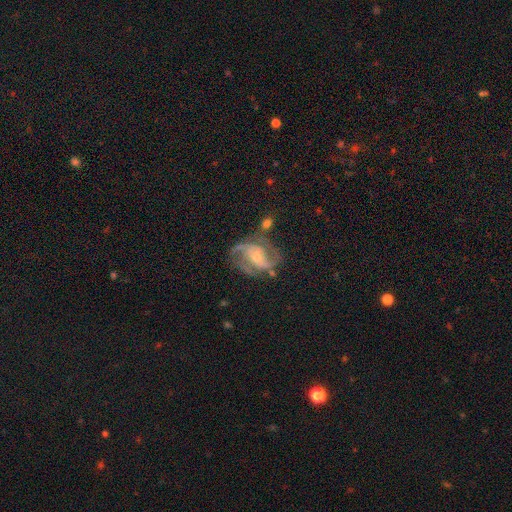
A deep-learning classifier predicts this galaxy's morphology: This is clearly a featured or disk galaxy (86%). It is clearly not viewed edge-on (97%). Bar: possibly no (48%). Spiral arm pattern: clearly yes (96%). Spiral arm count: possibly 2 (52%). Spiral winding: possibly medium (51%). Central bulge: possibly small (54%). Merging: likely none (61%).